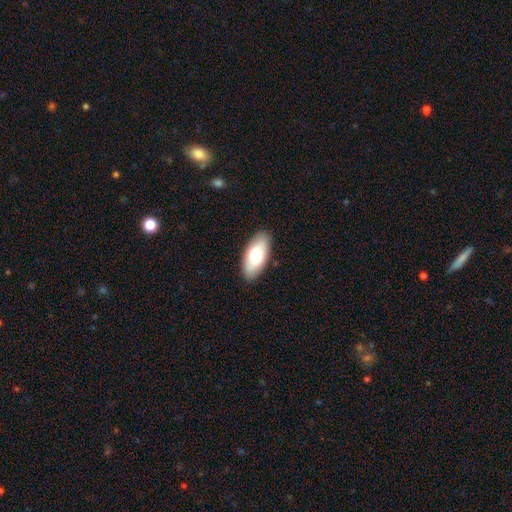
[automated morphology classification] type=smooth (74%); roundness=in between (89%); merging=none (88%).